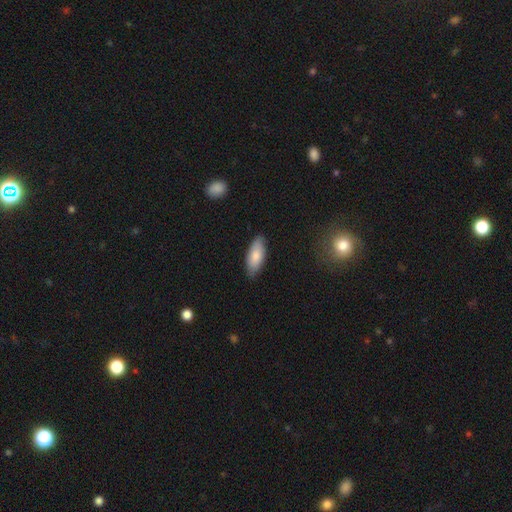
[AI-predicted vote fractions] Overall: smooth (83%). How rounded: in between (83%). Merging: none (84%).